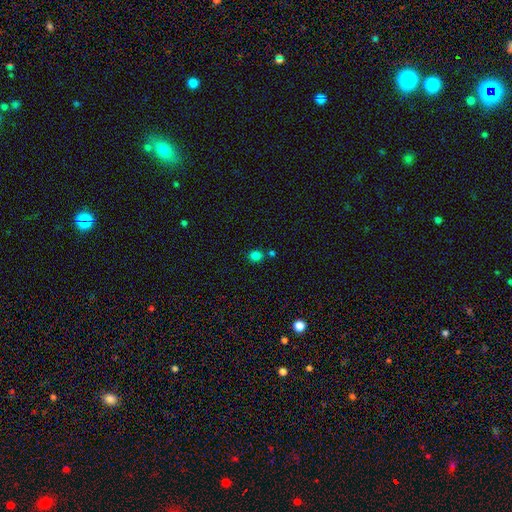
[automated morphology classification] Smooth or featured?
  - smooth: 81% *
  - star or artifact: 15%
  - featured or disk: 4%
How rounded?
  - round: 68% *
  - in between: 31%
  - cigar-shaped: 1%
Merging?
  - none: 73% *
  - merger: 14%
  - minor disturbance: 10%
  - major disturbance: 3%